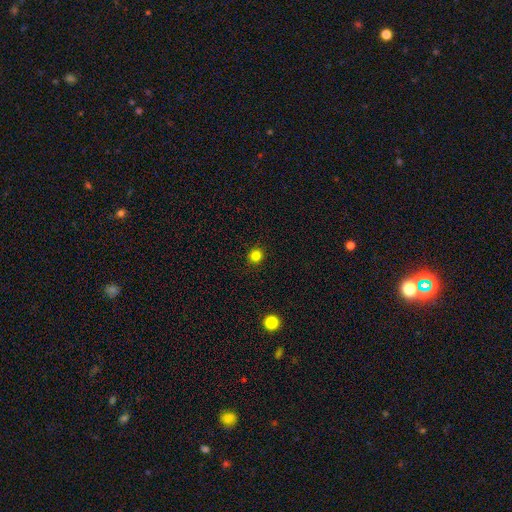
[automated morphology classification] smooth 83%, star or artifact 13%, featured or disk 4%. Down the decision tree: how rounded — round (90%); merging — none (91%).